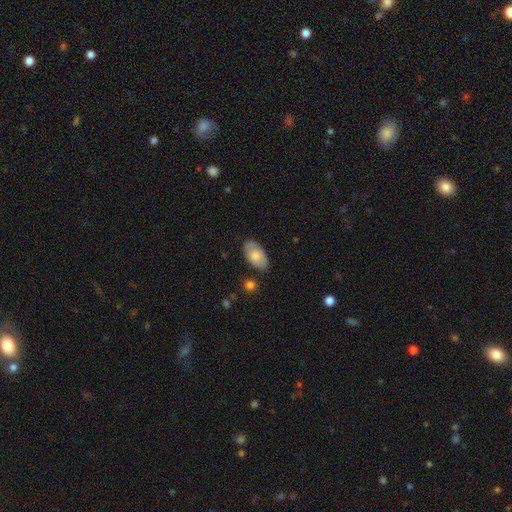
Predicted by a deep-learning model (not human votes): The model was most divided on "smooth or featured": smooth: 71%, featured or disk: 23%, star or artifact: 6%. More confident: how rounded — in between (94%); merging — none (77%).